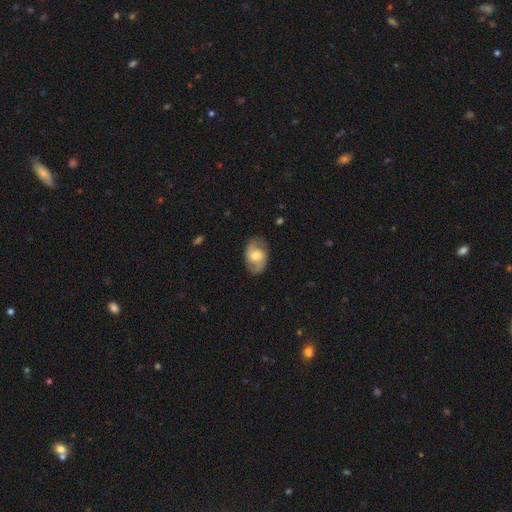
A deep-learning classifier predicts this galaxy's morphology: Smooth or featured? featured or disk (63%)
Edge-on disk? no (96%)
Bar? no (56%)
Spiral arms? yes (87%)
Spiral winding? medium (46%)
Spiral arm count? 2 (87%)
Bulge size? moderate (62%)
Merging? none (78%)